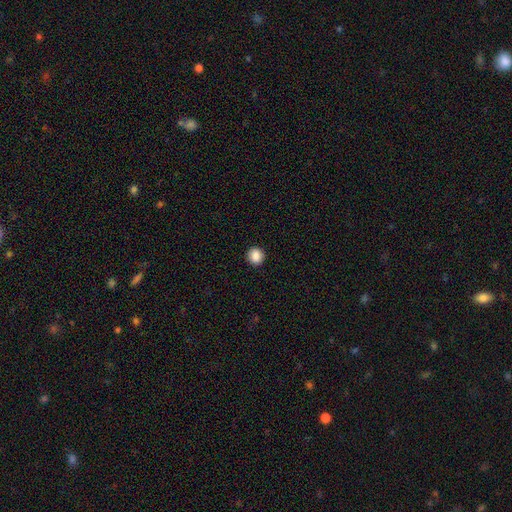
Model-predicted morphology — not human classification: Smooth or featured?
  - smooth: 88% *
  - star or artifact: 9%
  - featured or disk: 3%
How rounded?
  - round: 89% *
  - in between: 10%
  - cigar-shaped: 1%
Merging?
  - none: 92% *
  - minor disturbance: 5%
  - major disturbance: 2%
  - merger: 1%